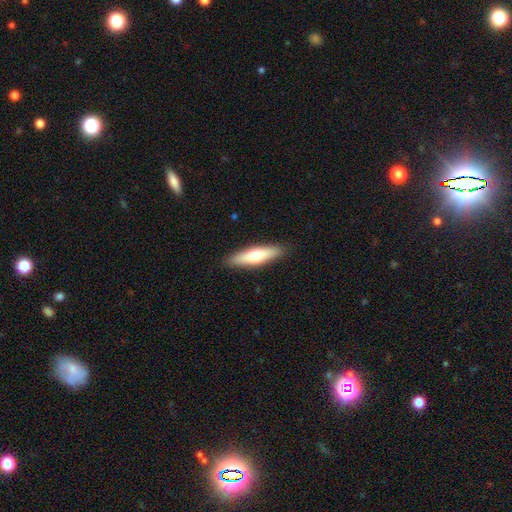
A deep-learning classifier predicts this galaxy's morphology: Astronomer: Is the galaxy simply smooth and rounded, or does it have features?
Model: smooth — 61%.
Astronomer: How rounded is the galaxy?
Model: cigar-shaped — 68%.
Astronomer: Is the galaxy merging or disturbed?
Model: none — 89%.